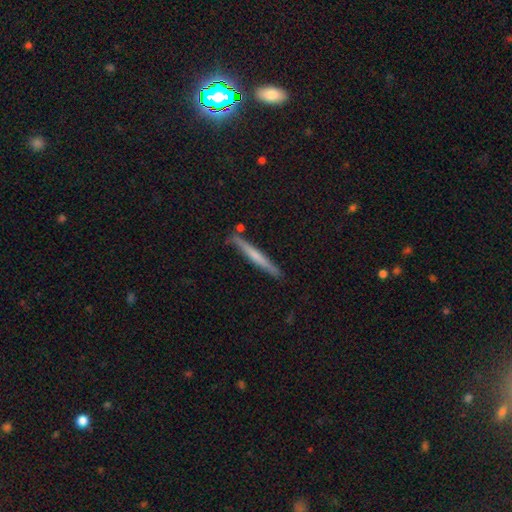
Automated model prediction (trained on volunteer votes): A smooth galaxy with no disk features (50%) that is cigar-shaped (96%). Merging: none (82%).